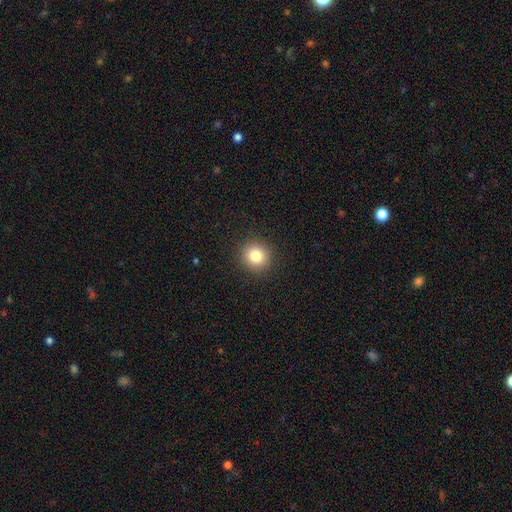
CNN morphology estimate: The model was most divided on "smooth or featured": smooth: 82%, star or artifact: 11%, featured or disk: 7%. More confident: how rounded — round (92%); merging — none (92%).